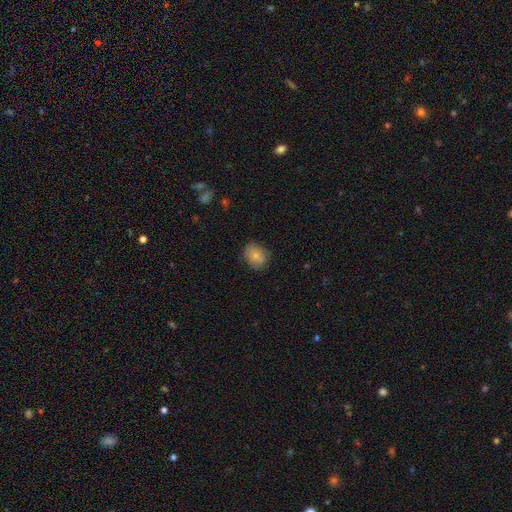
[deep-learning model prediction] This appears to be a smooth galaxy with no disk features (78%) that is round (51%). Merging: none (71%).